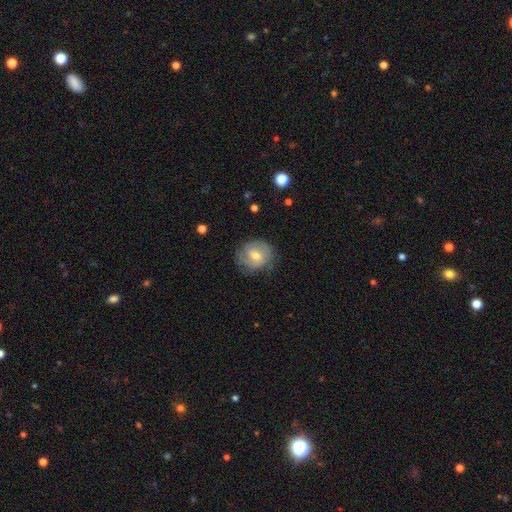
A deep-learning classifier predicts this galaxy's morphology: A featured or disk galaxy (46%, tied with smooth). Merging: none (67%).